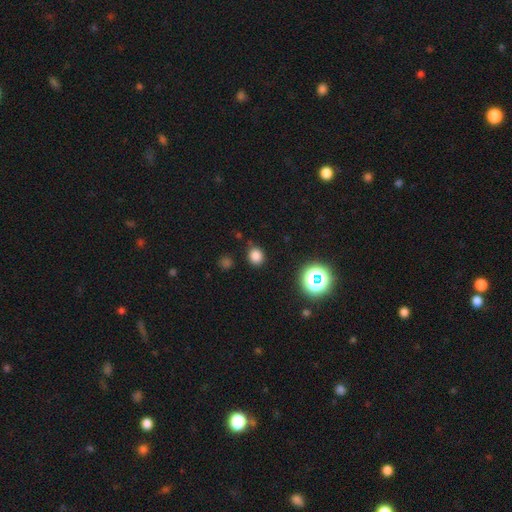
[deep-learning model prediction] Smooth or featured: smooth — 78% (star or artifact — 17%)
How rounded: round — 72% (in between — 27%)
Merging: none — 82% (minor disturbance — 12%)